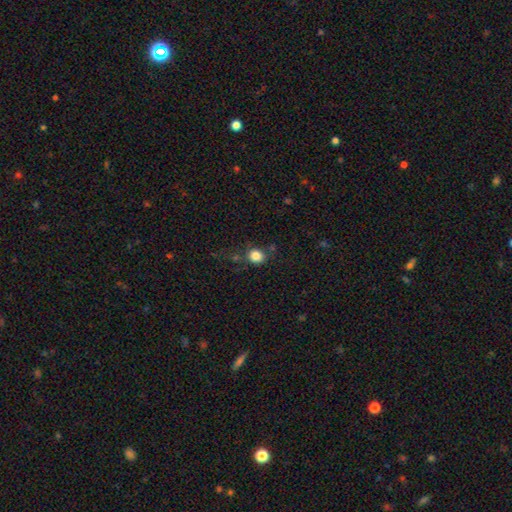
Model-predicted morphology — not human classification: Overall: smooth (84%). How rounded: round (81%). Merging: none (76%).